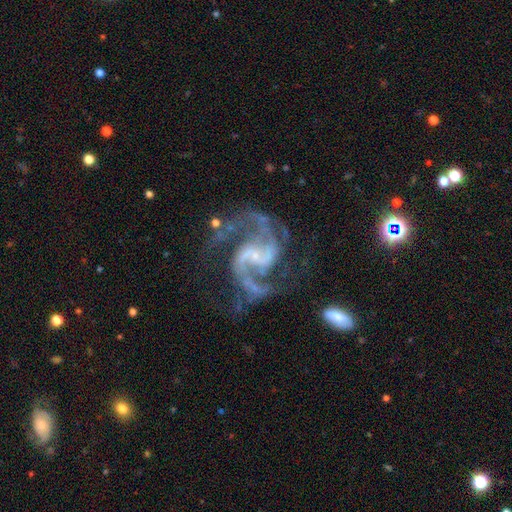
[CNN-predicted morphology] Smooth or featured? featured or disk (93%)
Edge-on disk? no (98%)
Bar? weak (46%)
Spiral arms? yes (98%)
Spiral winding? medium (60%)
Spiral arm count? 2 (84%)
Bulge size? small (70%)
Merging? none (59%)